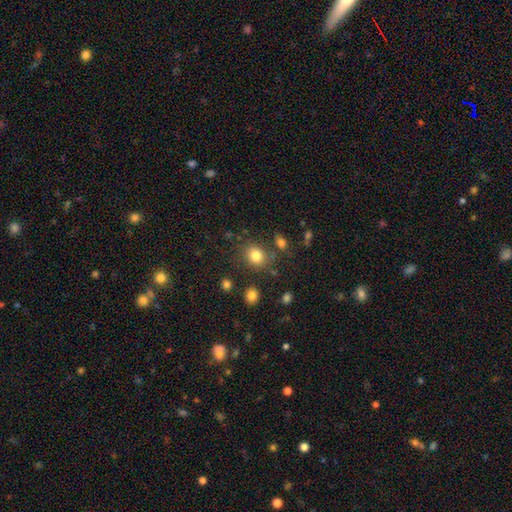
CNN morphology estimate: A smooth galaxy with no disk features (81%) that is round (68%). Merging: none (77%).